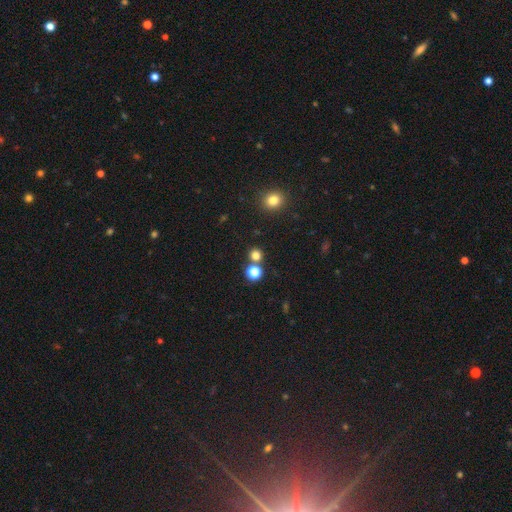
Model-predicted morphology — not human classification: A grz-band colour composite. It shows a smooth galaxy with no disk features (76%) that is round (90%). Merging: none (74%).